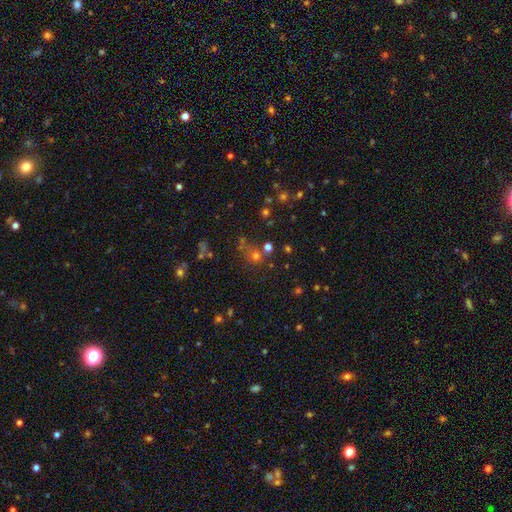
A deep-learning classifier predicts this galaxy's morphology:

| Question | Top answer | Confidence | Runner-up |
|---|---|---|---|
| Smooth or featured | smooth | 55% | star or artifact (35%) |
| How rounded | round | 86% | in between (12%) |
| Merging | none | 64% | merger (19%) |